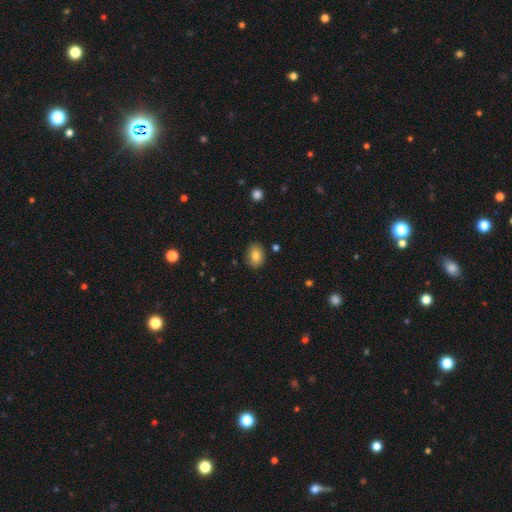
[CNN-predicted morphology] smooth-or-featured: smooth: 81% | featured or disk: 10% | star or artifact: 9%
  how-rounded: in between: 69% | round: 30% | cigar-shaped: 1%
  merging: none: 86% | minor disturbance: 10% | major disturbance: 2% | merger: 2%